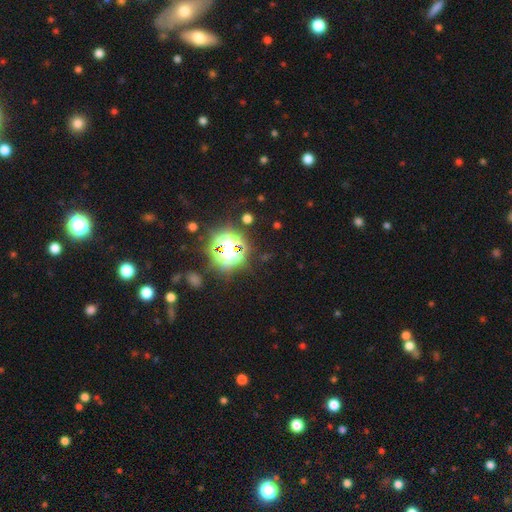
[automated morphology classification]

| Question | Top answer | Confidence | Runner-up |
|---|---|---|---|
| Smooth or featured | star or artifact | 83% | smooth (11%) |